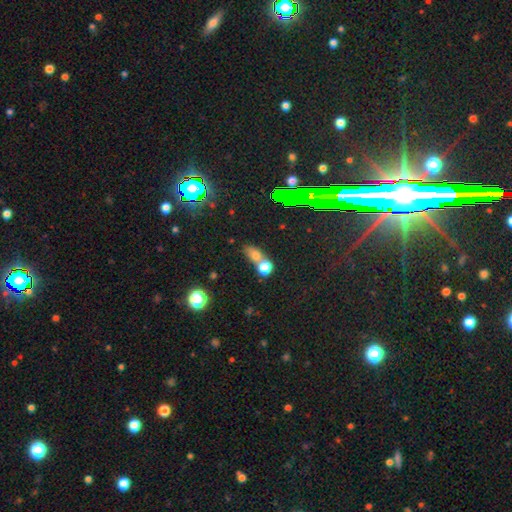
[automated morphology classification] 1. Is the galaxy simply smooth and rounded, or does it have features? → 68% smooth, 21% star or artifact, 11% featured or disk.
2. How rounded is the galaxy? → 55% in between, 39% round, 6% cigar-shaped.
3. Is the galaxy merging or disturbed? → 43% none (tied), 43% merger (tied), 9% minor disturbance, 5% major disturbance.